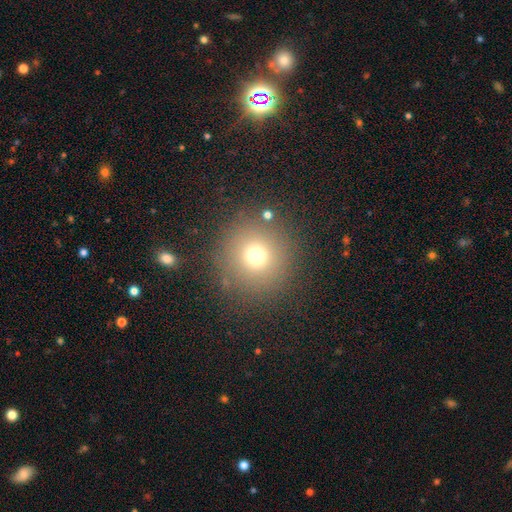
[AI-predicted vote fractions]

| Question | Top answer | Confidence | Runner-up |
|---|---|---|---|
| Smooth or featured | smooth | 71% | star or artifact (19%) |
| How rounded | round | 95% | in between (4%) |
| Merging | none | 86% | minor disturbance (7%) |